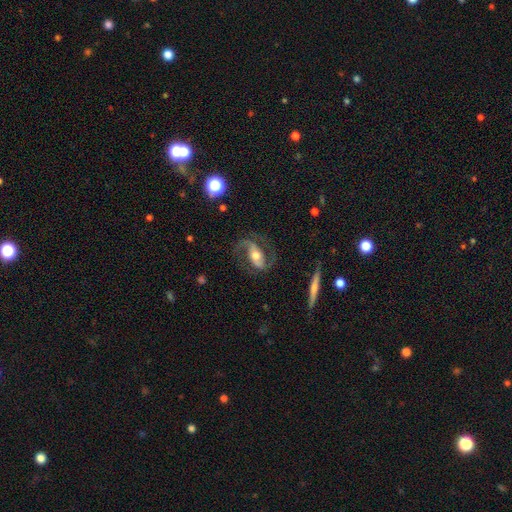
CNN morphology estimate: This appears to be a featured or disk galaxy (85%) with a strong bar (44%), 2 (92%) medium (56%) spiral arms (95%) and a moderate central bulge (67%). Merging: none (74%).